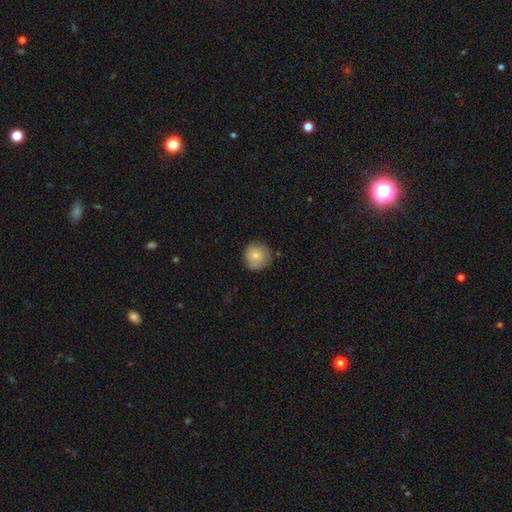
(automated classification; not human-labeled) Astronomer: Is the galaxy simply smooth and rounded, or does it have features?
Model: smooth — 79%.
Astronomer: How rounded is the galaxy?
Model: round — 94%.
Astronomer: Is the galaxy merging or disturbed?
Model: none — 79%.